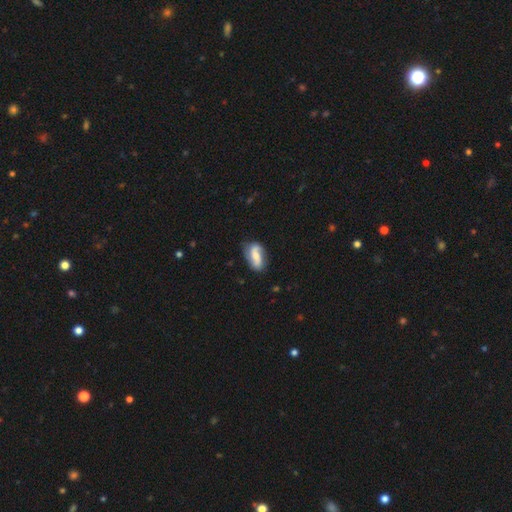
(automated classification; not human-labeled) A featured or disk galaxy (63%) with a weak bar (37%), 2 (86%) loose (55%) spiral arms (89%) and a moderate central bulge (46%).

Vote fractions:
- Smooth or featured? featured or disk: 63% / smooth: 31% / star or artifact: 7%
- Edge-on disk? no: 94% / yes: 6%
- Bar? weak: 37% / no: 36% / strong: 27%
- Spiral arms? yes: 89% / no: 11%
- Spiral winding? loose: 55% / medium: 29% / tight: 16%
- Spiral arm count? 2: 86% / can't tell: 6% / 1: 4% / 3: 1% / 4: 1% / more than 4: 1%
- Bulge size? moderate: 46% / small: 40% / none: 6% / large: 6% / dominant: 2%
- Merging? none: 72% / minor disturbance: 20% / major disturbance: 5% / merger: 2%